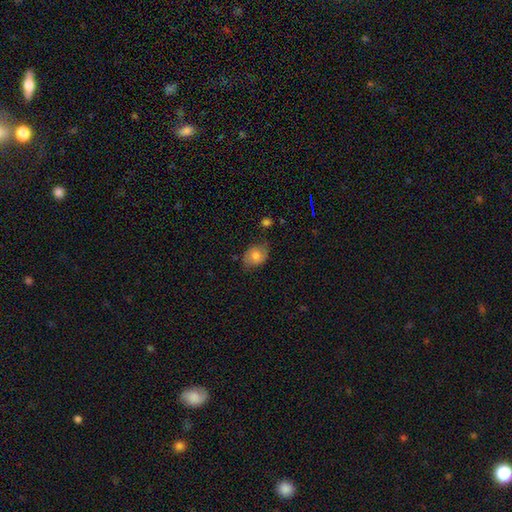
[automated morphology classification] Overall: smooth (74%). How rounded: in between (63%; round 36%). Merging: none (64%; minor disturbance 27%).